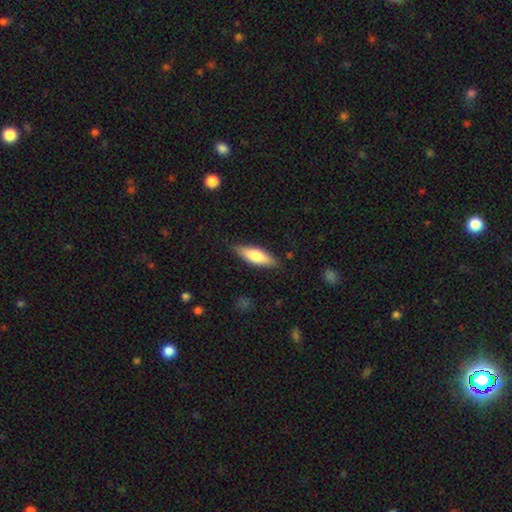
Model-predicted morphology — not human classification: Q: Smooth or featured?
A: smooth (71%); runner-up: featured or disk (24%)
Q: How rounded?
A: in between (51%); runner-up: cigar-shaped (47%)
Q: Merging?
A: none (85%); runner-up: minor disturbance (12%)